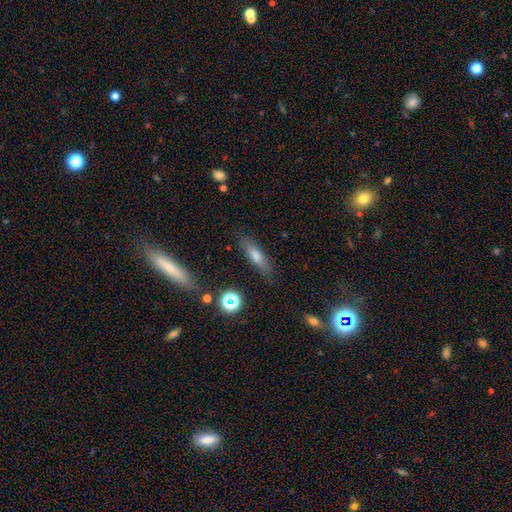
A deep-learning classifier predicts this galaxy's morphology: A smooth galaxy with no disk features (62%) that is cigar-shaped (67%).

Vote fractions:
- Smooth or featured? smooth: 62% / featured or disk: 26% / star or artifact: 12%
- How rounded? cigar-shaped: 67% / in between: 30% / round: 4%
- Merging? none: 83% / minor disturbance: 11% / major disturbance: 3% / merger: 3%